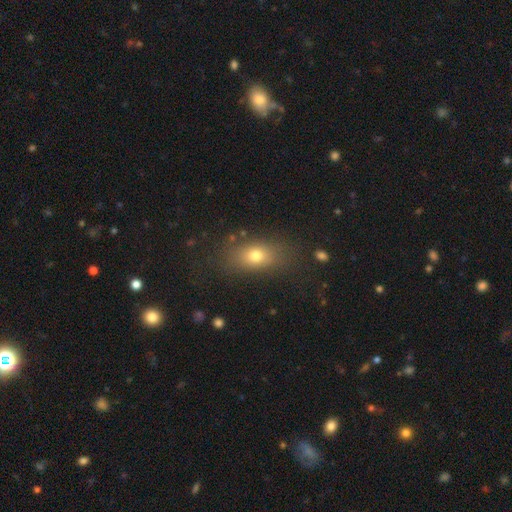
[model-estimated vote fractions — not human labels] A smooth galaxy with no disk features (73%) that is in between round and cigar-shaped (74%). Merging: none (79%).